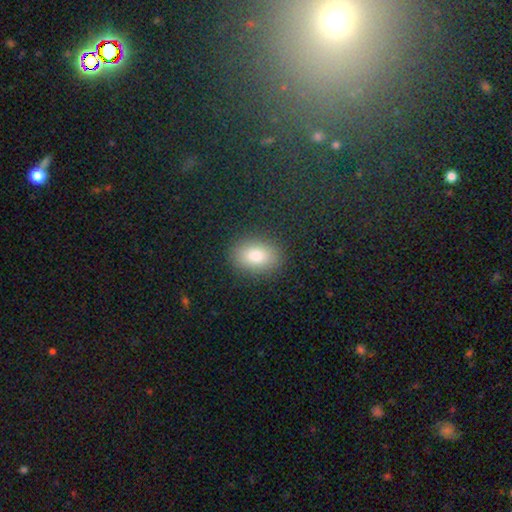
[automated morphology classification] Overall: smooth (82%). How rounded: in between (78%). Merging: none (88%).